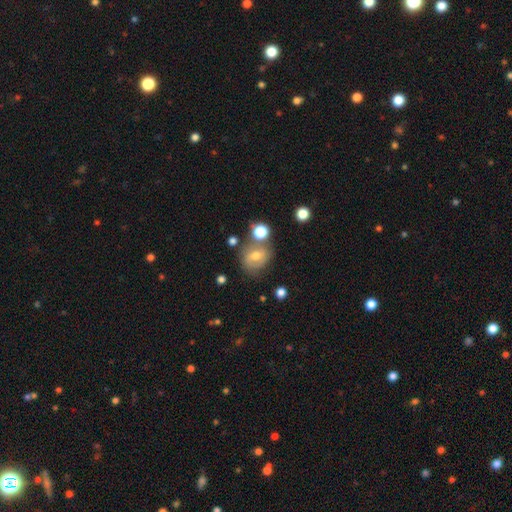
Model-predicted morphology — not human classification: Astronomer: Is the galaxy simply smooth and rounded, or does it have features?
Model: smooth — 50% (runner-up: featured or disk, 35%).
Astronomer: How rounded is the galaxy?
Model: round — 66%.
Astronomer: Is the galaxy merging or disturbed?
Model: none — 61%.